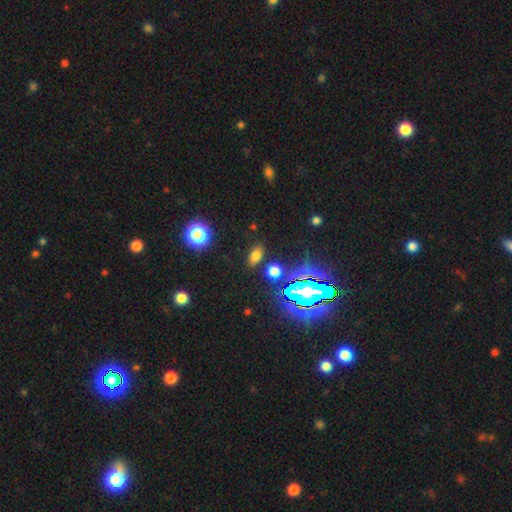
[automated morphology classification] A smooth galaxy with no disk features (65%) that is in between round and cigar-shaped (84%).

Vote fractions:
- Smooth or featured? smooth: 65% / star or artifact: 26% / featured or disk: 9%
- How rounded? in between: 84% / round: 12% / cigar-shaped: 4%
- Merging? none: 83% / minor disturbance: 10% / merger: 4% / major disturbance: 4%